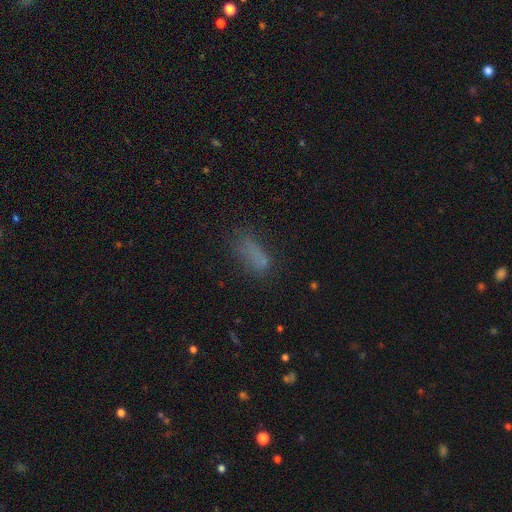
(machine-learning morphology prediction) Smooth or featured?
  - smooth: 69% *
  - star or artifact: 18%
  - featured or disk: 14%
How rounded?
  - in between: 73% *
  - cigar-shaped: 22%
  - round: 4%
Merging?
  - none: 51% *
  - minor disturbance: 24%
  - major disturbance: 20%
  - merger: 5%